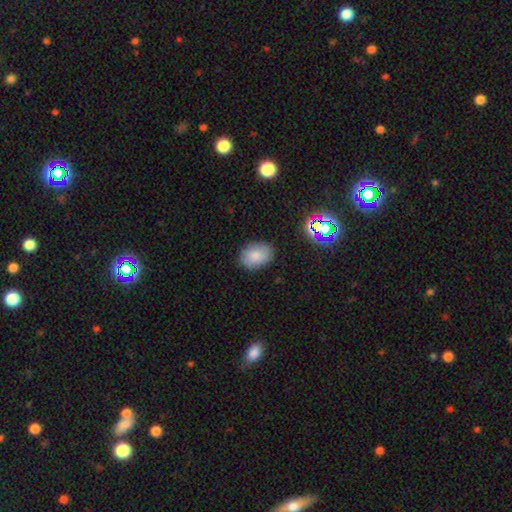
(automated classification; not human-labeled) Overall: smooth (83%). How rounded: in between (78%). Merging: none (84%).